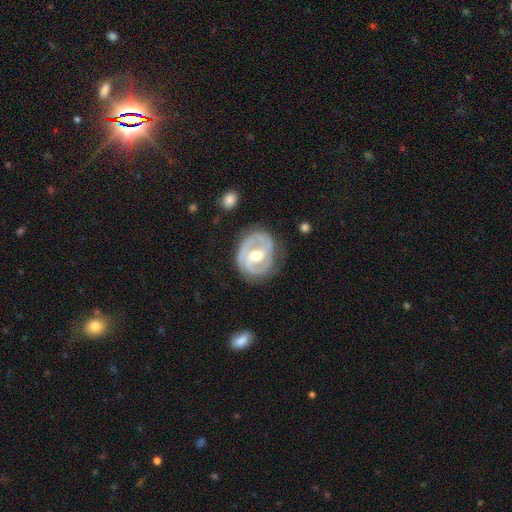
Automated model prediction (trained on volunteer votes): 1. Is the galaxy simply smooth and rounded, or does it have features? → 86% featured or disk, 10% smooth, 4% star or artifact.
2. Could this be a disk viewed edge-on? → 97% no, 3% yes.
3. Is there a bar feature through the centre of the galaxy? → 45% weak, 35% no, 20% strong.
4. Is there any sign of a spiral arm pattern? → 92% yes, 8% no.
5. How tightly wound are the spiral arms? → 57% tight, 34% medium, 8% loose.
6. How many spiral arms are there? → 65% 2, 12% can't tell, 11% 3, 8% 1, 2% 4, 2% more than 4.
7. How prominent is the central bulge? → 76% moderate, 14% small, 8% large, 1% none, 1% dominant.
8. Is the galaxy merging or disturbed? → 71% none, 20% minor disturbance, 8% major disturbance, 2% merger.